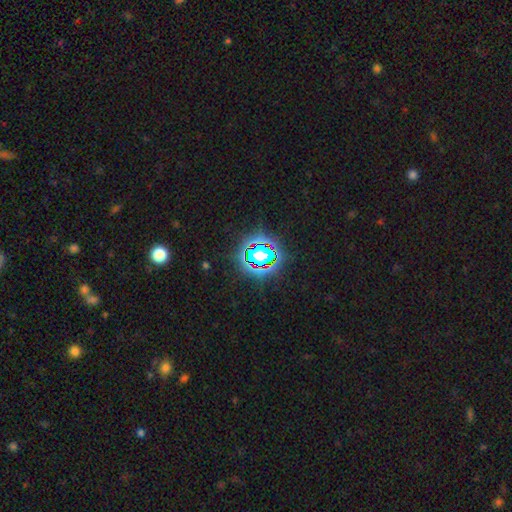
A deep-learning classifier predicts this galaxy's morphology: smooth-or-featured: star or artifact: 78% | smooth: 14% | featured or disk: 8%